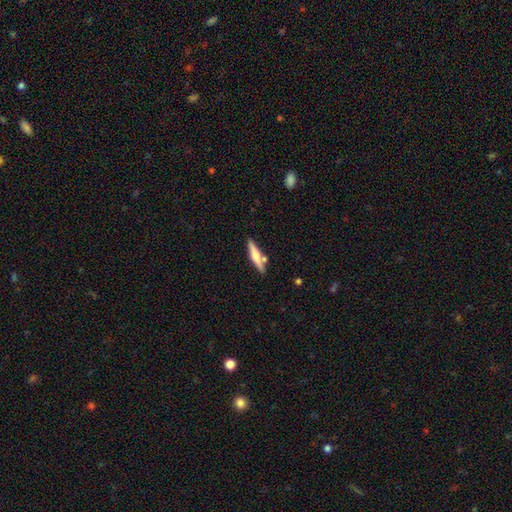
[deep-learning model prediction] Morphology: type=featured or disk (47%, tied with smooth); merging=none (78%).